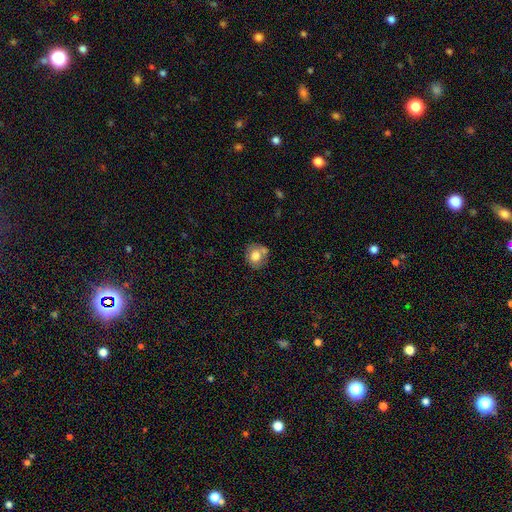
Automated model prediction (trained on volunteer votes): Morphology: type=smooth (73%); roundness=round (79%); merging=none (61%).